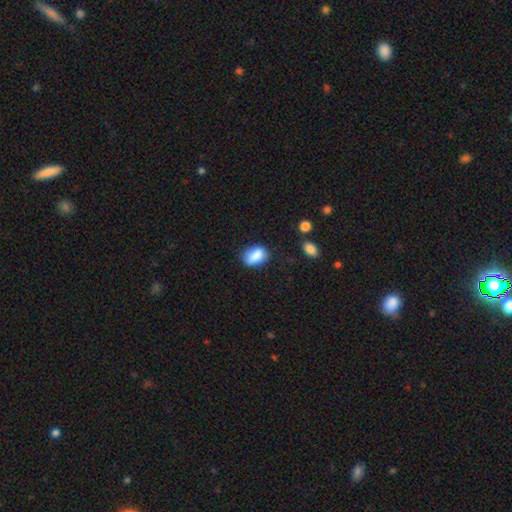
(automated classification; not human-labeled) This is clearly a smooth galaxy (85%). How rounded: clearly in between (83%). Merging: likely none (65%).